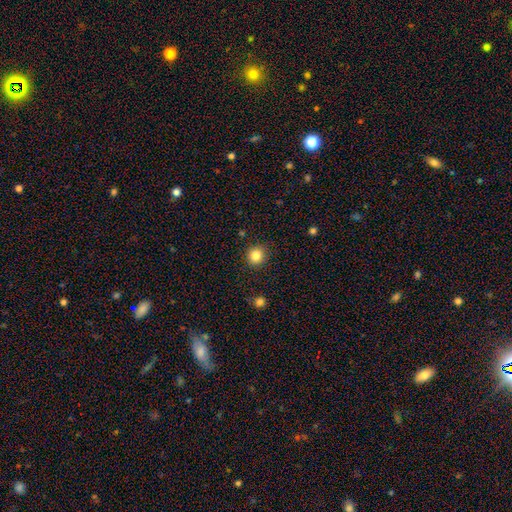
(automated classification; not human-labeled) smooth_or_featured: smooth (p=0.84) [alt: star or artifact p=0.11]
how_rounded: round (p=0.91) [alt: in between p=0.08]
merging: none (p=0.90) [alt: minor disturbance p=0.07]